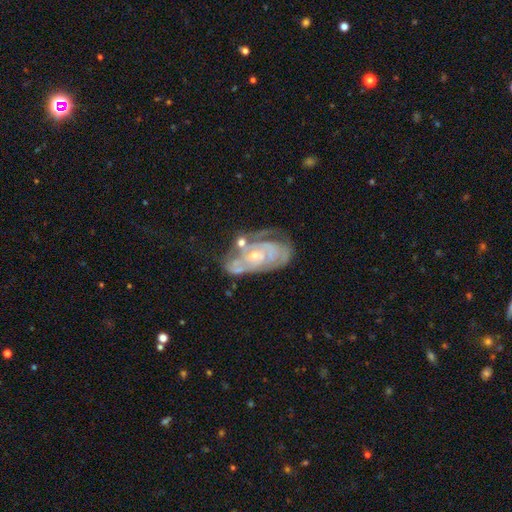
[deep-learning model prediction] Q: Smooth or featured?
A: featured or disk (82%); runner-up: smooth (11%)
Q: Edge-on disk?
A: no (96%); runner-up: yes (4%)
Q: Bar?
A: no (74%); runner-up: weak (21%)
Q: Spiral arms?
A: yes (89%); runner-up: no (11%)
Q: Spiral winding?
A: tight (66%); runner-up: medium (26%)
Q: Spiral arm count?
A: can't tell (40%); runner-up: 2 (28%)
Q: Bulge size?
A: small (67%); runner-up: moderate (28%)
Q: Merging?
A: none (46%); runner-up: minor disturbance (25%)